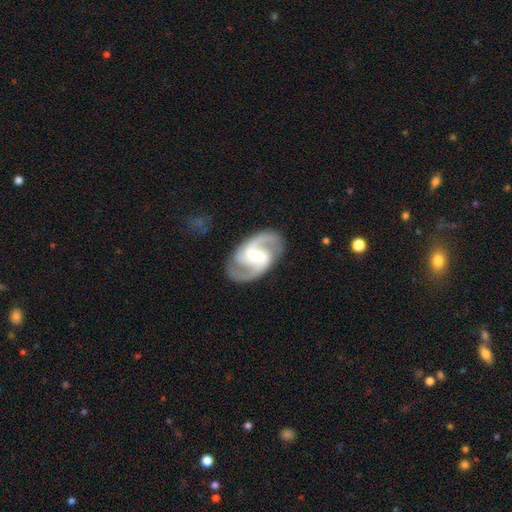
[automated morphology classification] This appears to be a featured or disk galaxy (91%) with a weak bar (50%), 2 (75%) medium (60%) spiral arms (98%) and a moderate central bulge (55%). Merging: none (83%).